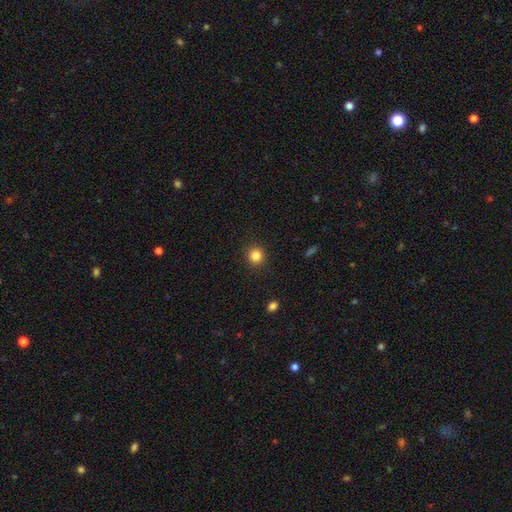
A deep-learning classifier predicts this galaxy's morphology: smooth 84%, star or artifact 12%, featured or disk 5%. Down the decision tree: how rounded — round (92%); merging — none (91%).